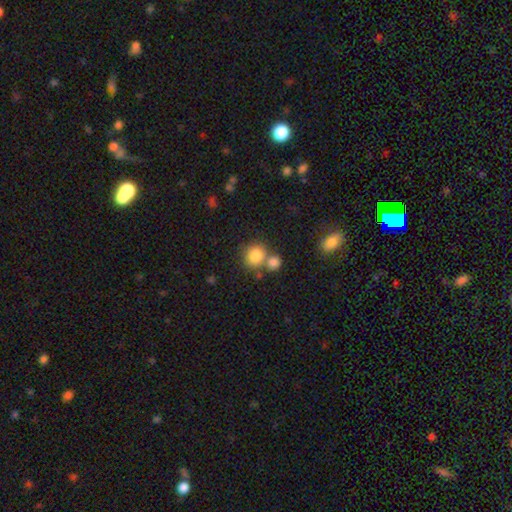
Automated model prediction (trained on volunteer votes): smooth_or_featured: smooth (p=0.82) [alt: star or artifact p=0.10]
how_rounded: round (p=0.83) [alt: in between p=0.16]
merging: none (p=0.58) [alt: merger p=0.30]